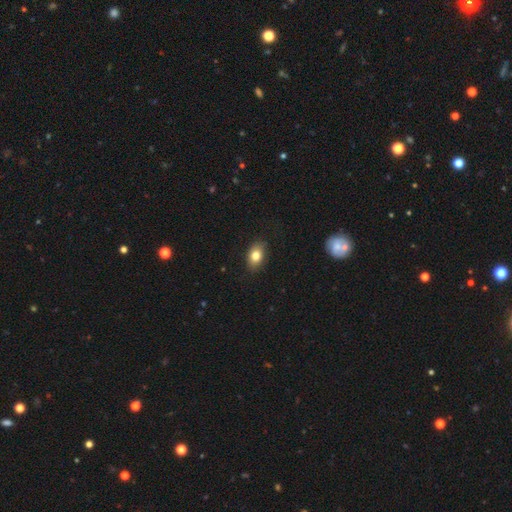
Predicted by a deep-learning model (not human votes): Morphology: type=smooth (81%); roundness=in between (85%); merging=none (86%).